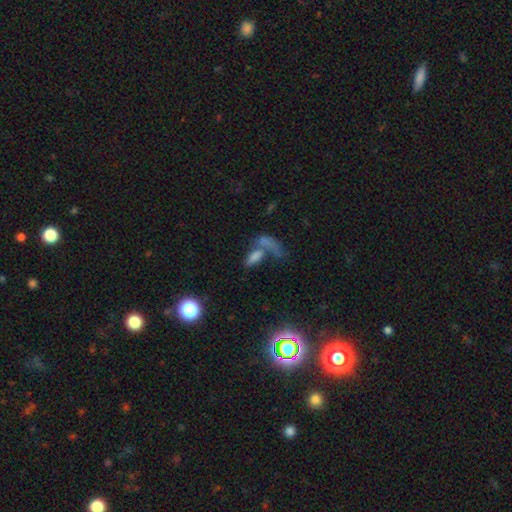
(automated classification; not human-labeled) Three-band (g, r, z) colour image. It shows a smooth galaxy with no disk features (63%) that is in between round and cigar-shaped (69%). Merging: merger (49%).